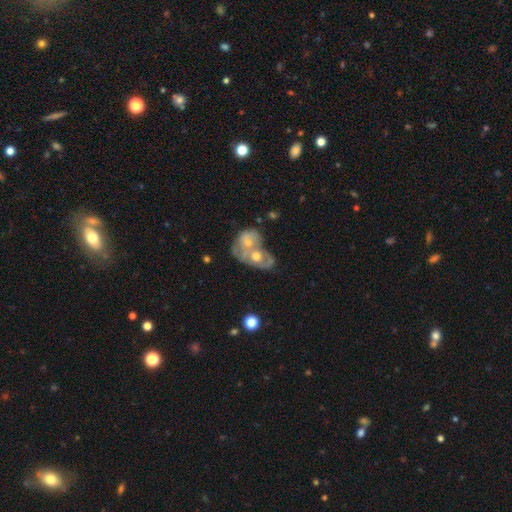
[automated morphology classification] Q: Smooth or featured?
A: featured or disk (58%); runner-up: smooth (32%)
Q: Edge-on disk?
A: no (95%); runner-up: yes (5%)
Q: Bar?
A: no (84%); runner-up: weak (12%)
Q: Spiral arms?
A: no (59%); runner-up: yes (41%)
Q: Bulge size?
A: moderate (63%); runner-up: small (24%)
Q: Merging?
A: merger (71%); runner-up: none (15%)